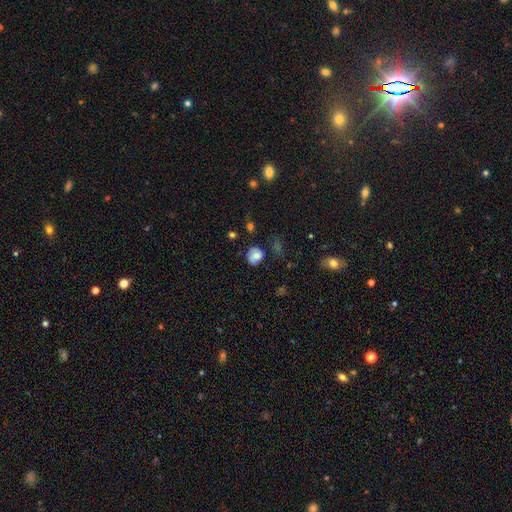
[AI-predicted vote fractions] This is likely a smooth galaxy (77%). How rounded: likely round (69%). Merging: likely none (60%).